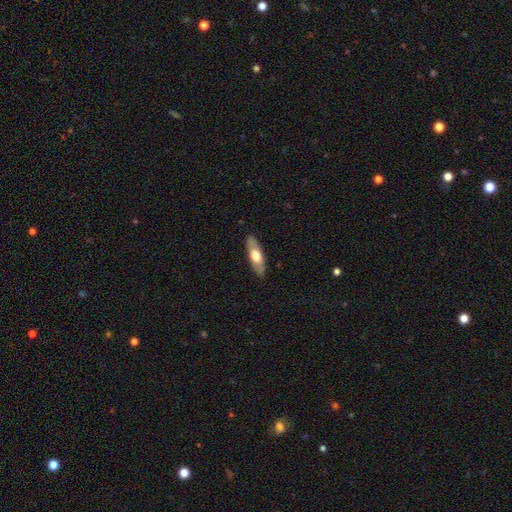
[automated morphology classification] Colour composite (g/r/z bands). It shows a smooth galaxy with no disk features (55%) that is in between round and cigar-shaped (53%). Merging: none (88%).